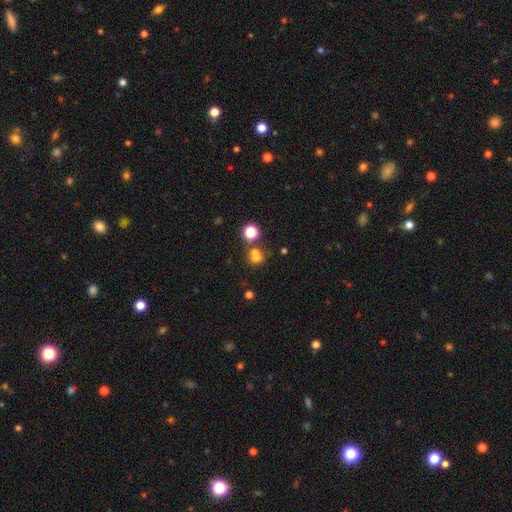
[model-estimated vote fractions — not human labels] Overall: smooth (68%). How rounded: round (78%). Merging: none (45%; merger 40%).